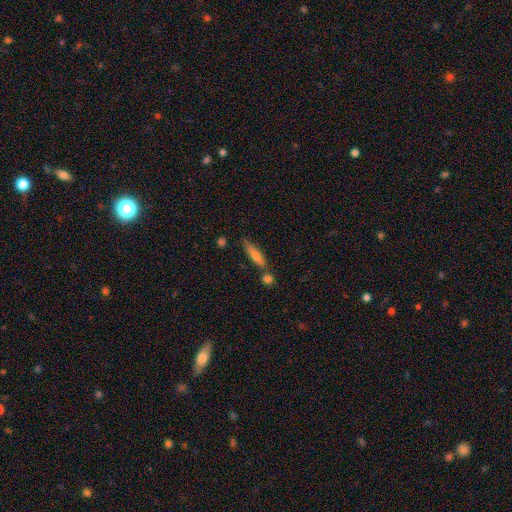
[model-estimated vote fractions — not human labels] Q: Smooth or featured?
A: smooth (65%); runner-up: featured or disk (27%)
Q: How rounded?
A: cigar-shaped (81%); runner-up: in between (17%)
Q: Merging?
A: none (69%); runner-up: minor disturbance (14%)